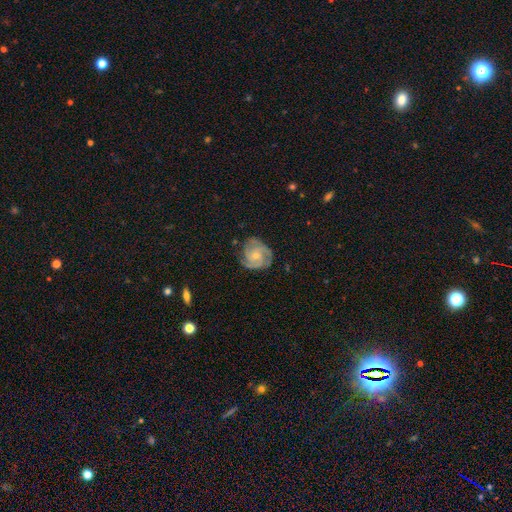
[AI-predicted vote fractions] Smooth or featured? Predicted: featured or disk (p=0.86). Edge-on disk? Predicted: no (p=0.98). Bar? Predicted: no (p=0.72). Spiral arms? Predicted: yes (p=0.97). Spiral winding? Predicted: tight (p=0.62). Spiral arm count? Predicted: 3 (p=0.53). Bulge size? Predicted: small (p=0.61). Merging? Predicted: none (p=0.75).